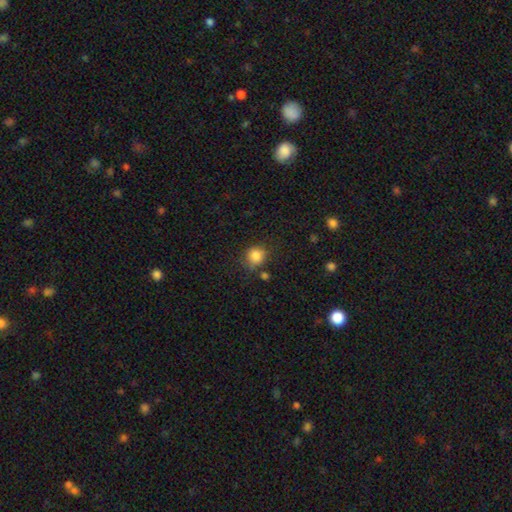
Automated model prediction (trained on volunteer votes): Q: Smooth or featured?
A: smooth (84%); runner-up: star or artifact (11%)
Q: How rounded?
A: round (82%); runner-up: in between (17%)
Q: Merging?
A: none (67%); runner-up: minor disturbance (21%)